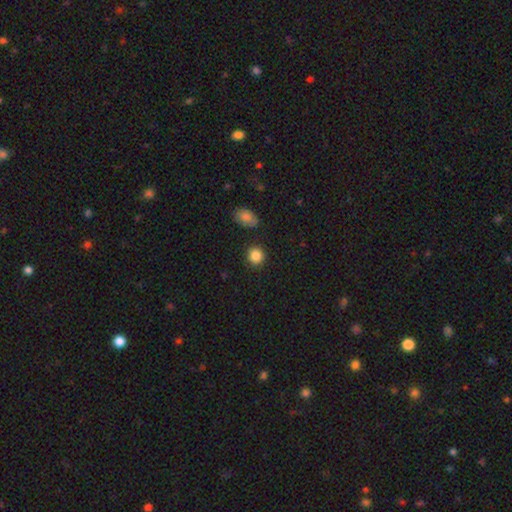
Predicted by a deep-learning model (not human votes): The model was most divided on "smooth or featured": smooth: 86%, star or artifact: 10%, featured or disk: 4%. More confident: how rounded — round (90%); merging — none (88%).